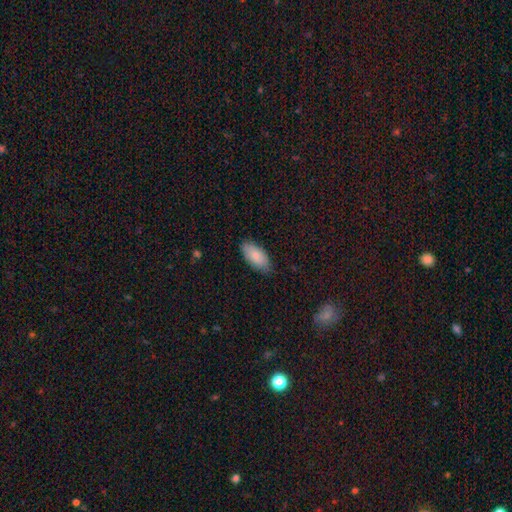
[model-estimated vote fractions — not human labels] A smooth galaxy with no disk features (84%) that is in between round and cigar-shaped (91%). Merging: none (81%).